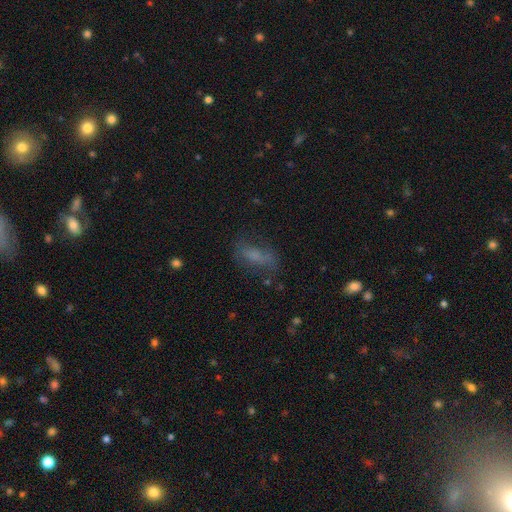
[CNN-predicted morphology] A smooth galaxy with no disk features (58%) that is in between round and cigar-shaped (72%). Merging: none (56%).